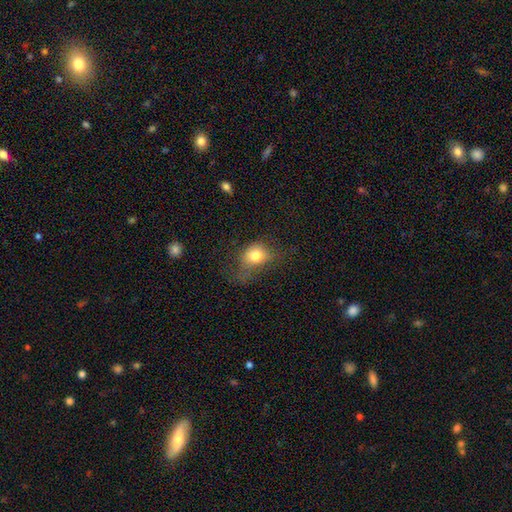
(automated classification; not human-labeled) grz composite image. It shows a smooth galaxy with no disk features (75%) that is round (53%). Merging: none (36%).